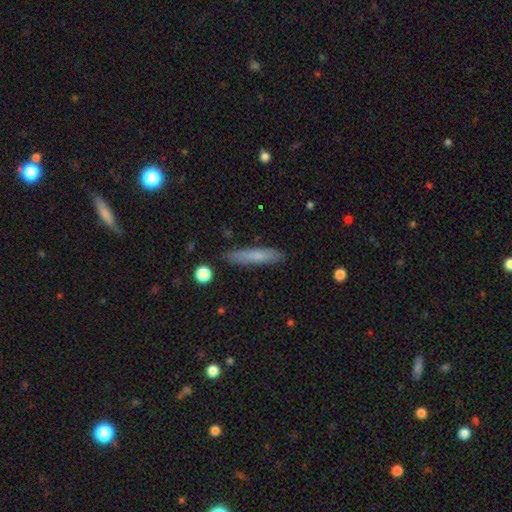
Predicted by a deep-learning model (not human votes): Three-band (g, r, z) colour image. It shows a smooth galaxy with no disk features (71%) that is cigar-shaped (91%). Merging: none (86%).